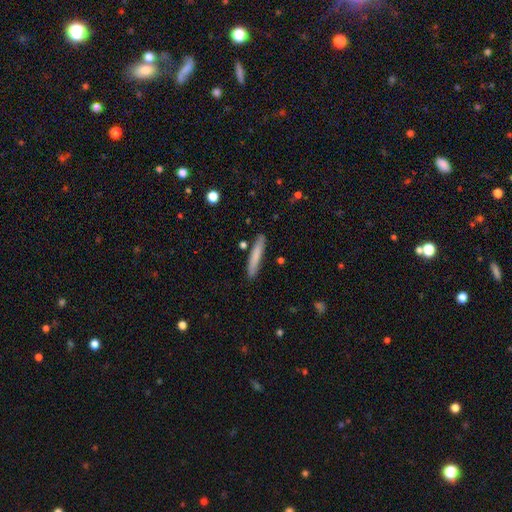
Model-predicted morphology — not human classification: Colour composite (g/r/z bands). It shows a smooth galaxy with no disk features (76%) that is cigar-shaped (93%). Merging: none (86%).